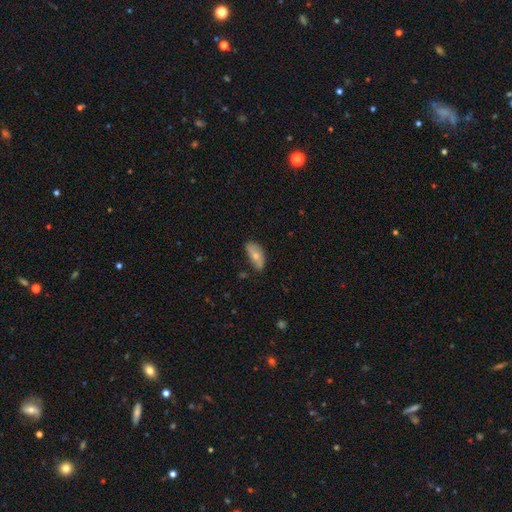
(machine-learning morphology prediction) This appears to be a smooth galaxy with no disk features (64%) that is in between round and cigar-shaped (87%). Merging: none (62%).